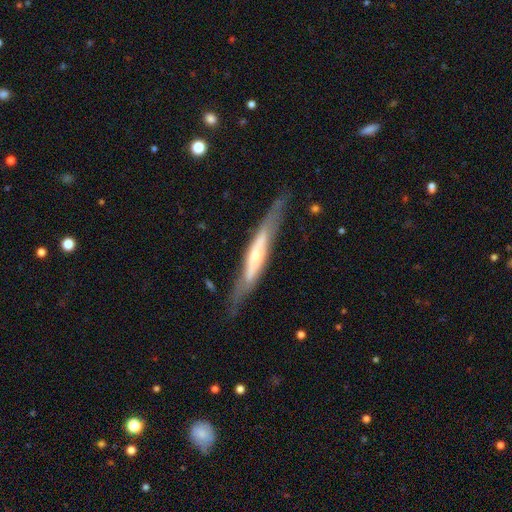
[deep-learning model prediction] A featured or disk galaxy (67%) viewed edge-on (80%) with a rounded central bulge (63%). Merging: none (73%).